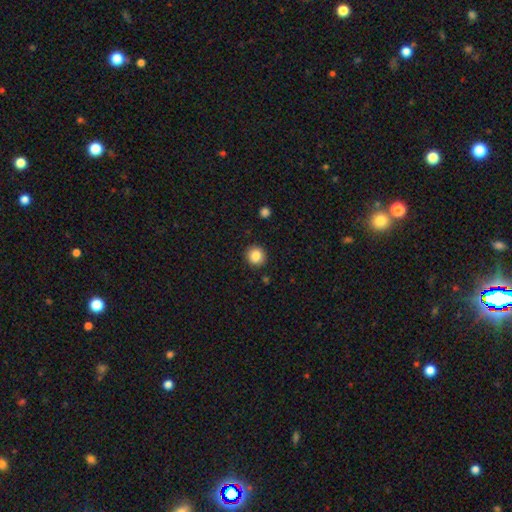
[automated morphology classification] A smooth galaxy with no disk features (86%) that is round (89%). Merging: none (91%).